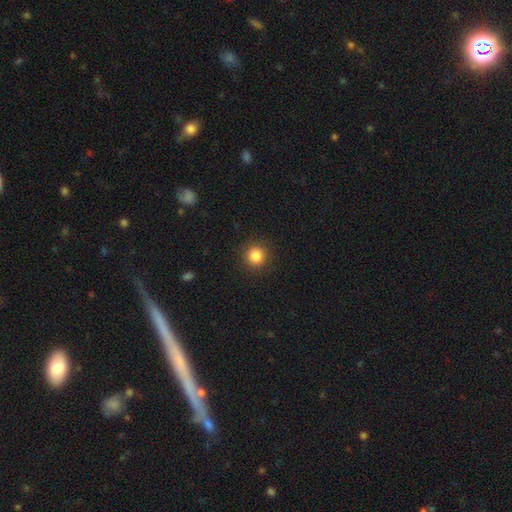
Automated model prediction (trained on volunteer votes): This appears to be a smooth galaxy with no disk features (85%) that is round (94%). Merging: none (90%).